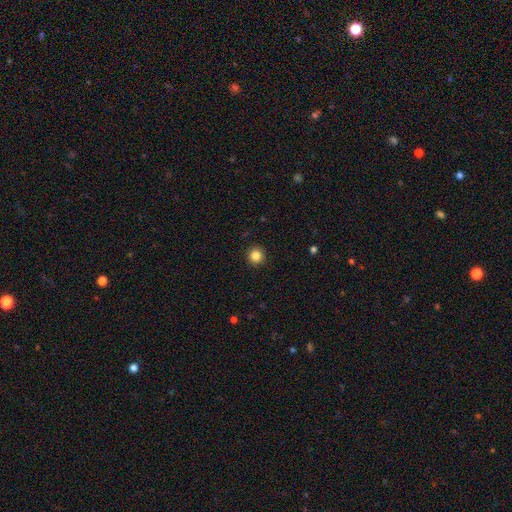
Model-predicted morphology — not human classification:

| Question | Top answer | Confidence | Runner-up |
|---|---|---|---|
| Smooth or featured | smooth | 84% | star or artifact (11%) |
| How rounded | round | 95% | in between (4%) |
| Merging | none | 93% | minor disturbance (5%) |